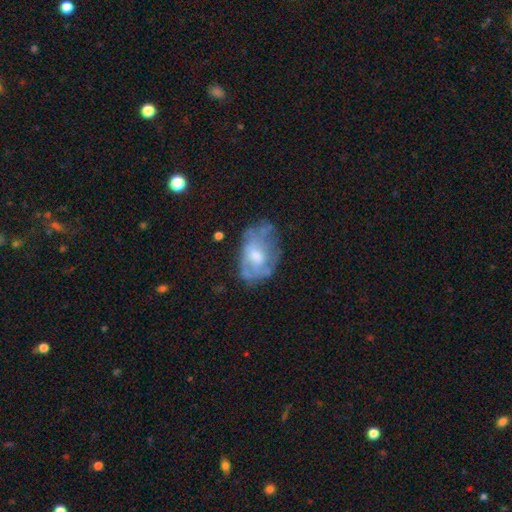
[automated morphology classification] Smooth or featured: featured or disk — 59% (smooth — 31%)
Edge-on disk: no — 95% (yes — 5%)
Bar: no — 72% (weak — 24%)
Spiral arms: no — 63% (yes — 37%)
Bulge size: moderate — 57% (small — 27%)
Merging: none — 51% (minor disturbance — 27%)